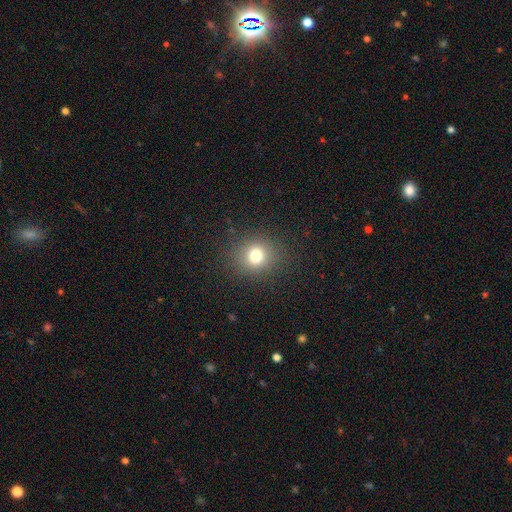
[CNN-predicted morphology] Smooth or featured?
  - smooth: 77% *
  - star or artifact: 15%
  - featured or disk: 8%
How rounded?
  - round: 81% *
  - in between: 18%
  - cigar-shaped: 1%
Merging?
  - none: 88% *
  - minor disturbance: 7%
  - major disturbance: 4%
  - merger: 1%